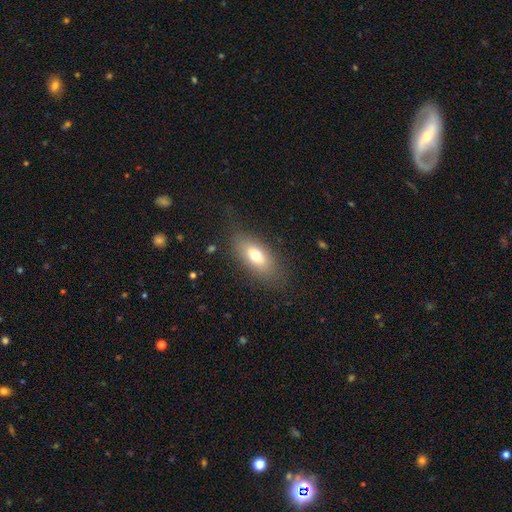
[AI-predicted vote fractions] Smooth or featured?
  - smooth: 70% *
  - featured or disk: 21%
  - star or artifact: 9%
How rounded?
  - in between: 84% *
  - cigar-shaped: 11%
  - round: 5%
Merging?
  - none: 78% *
  - minor disturbance: 14%
  - major disturbance: 6%
  - merger: 1%